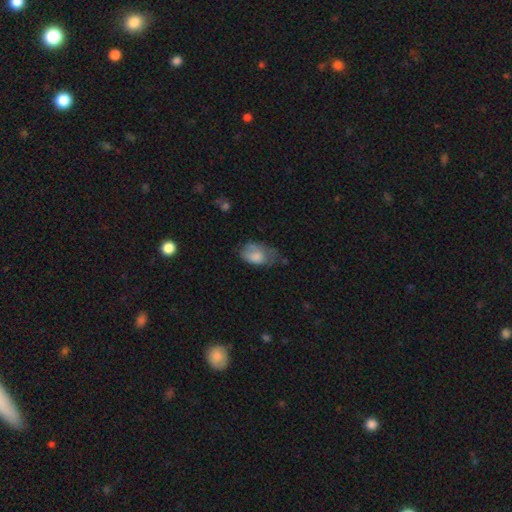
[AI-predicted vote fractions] Smooth or featured? smooth (73%)
How rounded? in between (89%)
Merging? minor disturbance (38%)